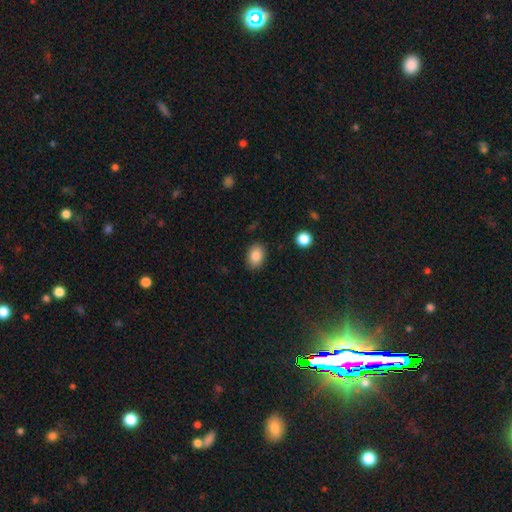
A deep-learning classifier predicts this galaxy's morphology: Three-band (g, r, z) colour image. It shows a smooth galaxy with no disk features (85%) that is in between round and cigar-shaped (76%). Merging: none (86%).